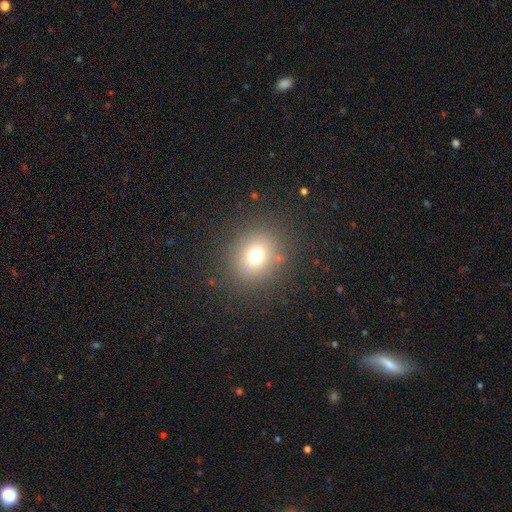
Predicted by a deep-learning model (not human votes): A smooth galaxy with no disk features (71%) that is round (79%). Merging: none (85%).